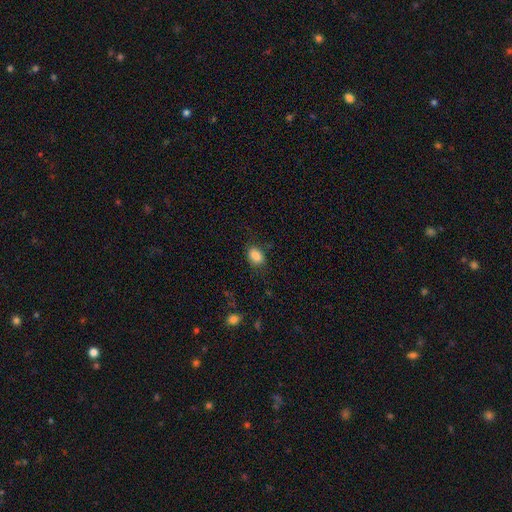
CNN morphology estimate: Smooth or featured? Predicted: smooth (p=0.86). How rounded? Predicted: in between (p=0.82). Merging? Predicted: none (p=0.78).